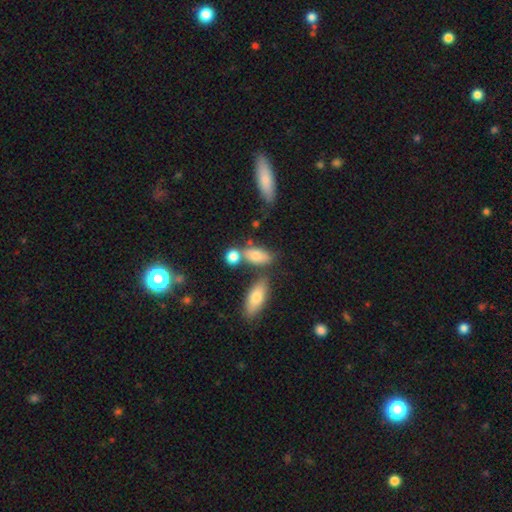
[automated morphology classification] A smooth galaxy with no disk features (76%) that is in between round and cigar-shaped (81%). Merging: none (50%).